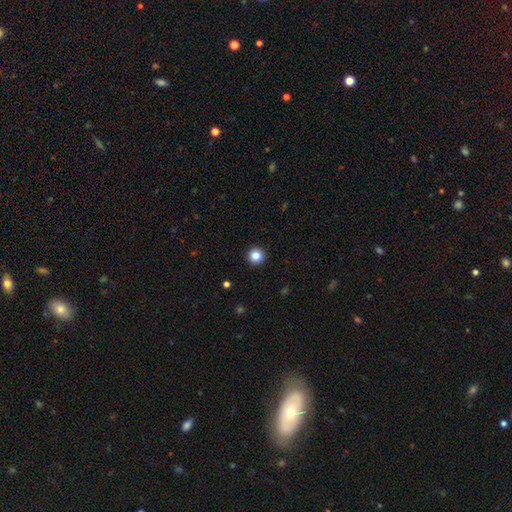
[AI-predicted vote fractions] Morphology: type=smooth (85%); roundness=round (96%); merging=none (94%).